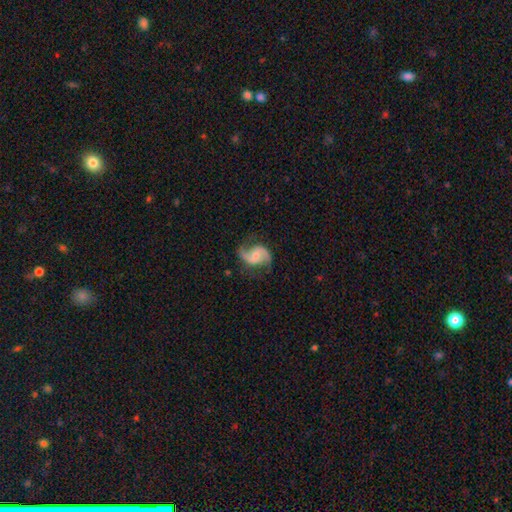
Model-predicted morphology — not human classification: smooth_or_featured: featured or disk (p=0.83) [alt: smooth p=0.11]
disk_edge_on: no (p=0.98) [alt: yes p=0.02]
bar: no (p=0.46) [alt: weak p=0.41]
has_spiral_arms: yes (p=0.96) [alt: no p=0.04]
spiral_winding: loose (p=0.50) [alt: medium p=0.40]
spiral_arm_count: 2 (p=0.91) [alt: 1 p=0.03]
bulge_size: small (p=0.48) [alt: moderate p=0.42]
merging: none (p=0.71) [alt: minor disturbance p=0.18]